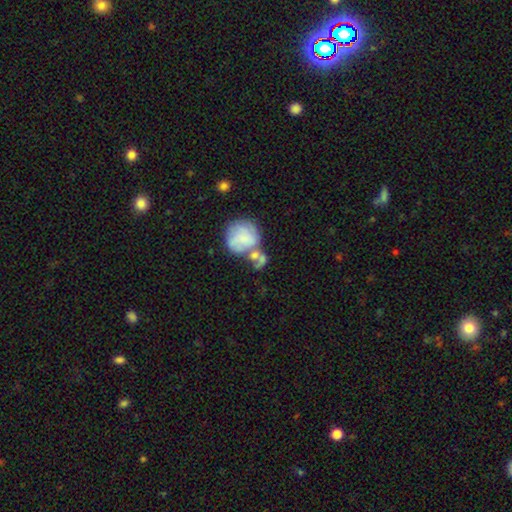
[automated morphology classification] Overall: smooth (52%; featured or disk 39%). How rounded: round (71%). Merging: merger (44%; none 27%).